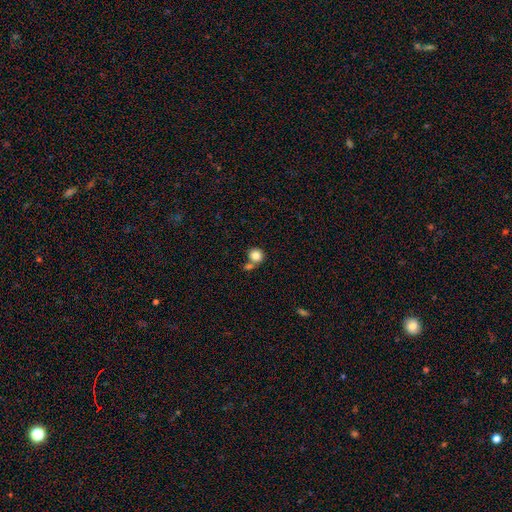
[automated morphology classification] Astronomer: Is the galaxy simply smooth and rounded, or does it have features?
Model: smooth — 83%.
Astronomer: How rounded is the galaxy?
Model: round — 89%.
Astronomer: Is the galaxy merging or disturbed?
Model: none — 58%.